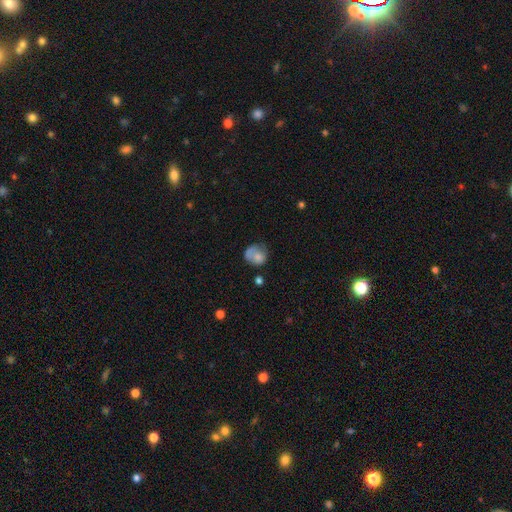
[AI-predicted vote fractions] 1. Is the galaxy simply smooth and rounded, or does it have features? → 68% smooth, 24% featured or disk, 9% star or artifact.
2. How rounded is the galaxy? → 72% round, 28% in between, 1% cigar-shaped.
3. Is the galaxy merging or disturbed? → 41% none, 28% minor disturbance, 22% major disturbance, 9% merger.